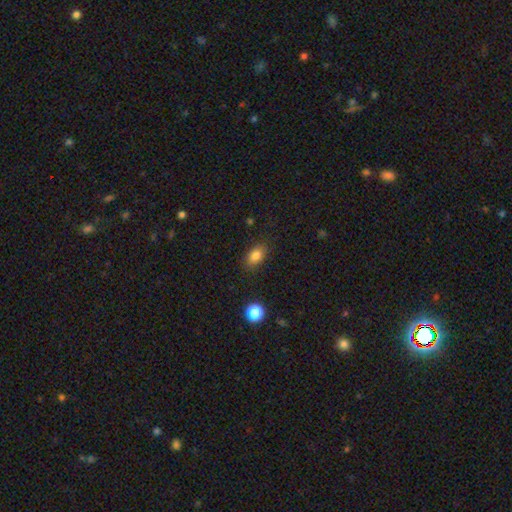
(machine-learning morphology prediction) smooth 82%, star or artifact 10%, featured or disk 8%. Down the decision tree: how rounded — in between (81%); merging — none (83%).